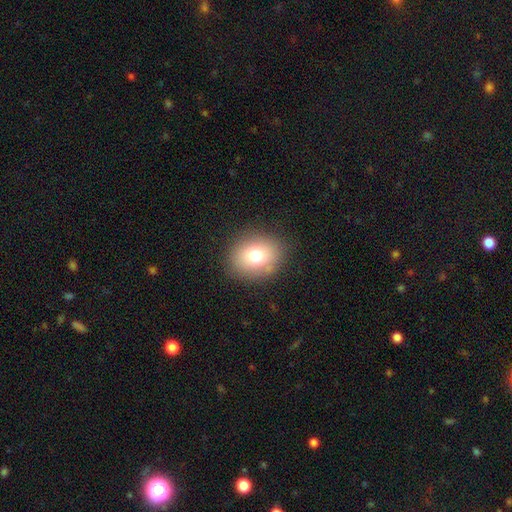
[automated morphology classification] type=smooth (75%); roundness=round (62%); merging=none (85%).